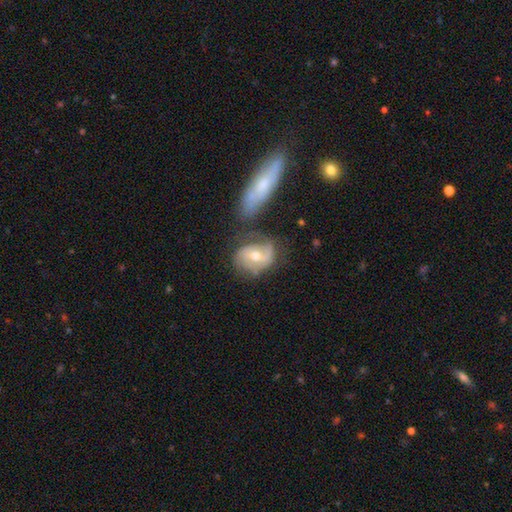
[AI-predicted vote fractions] Morphology: type=featured or disk (68%); edge-on=no (95%); bar=no (50%); spiral arms=yes (84%); winding=medium (44%); arm count=2 (65%); bulge=moderate (71%); merging=none (48%).